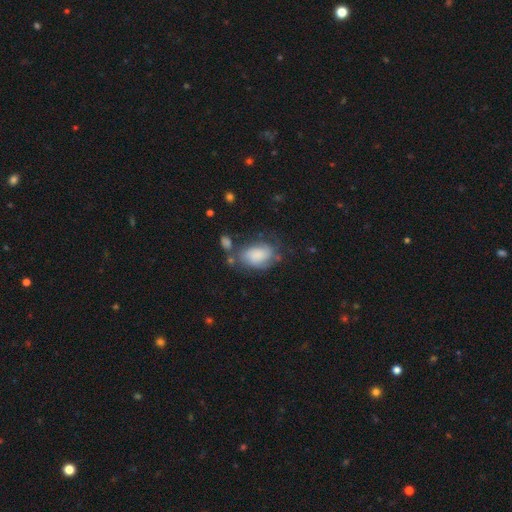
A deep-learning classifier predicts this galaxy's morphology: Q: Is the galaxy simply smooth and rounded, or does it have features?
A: smooth — 69%.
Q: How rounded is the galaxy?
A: in between — 89%.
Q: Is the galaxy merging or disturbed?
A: none — 44%.